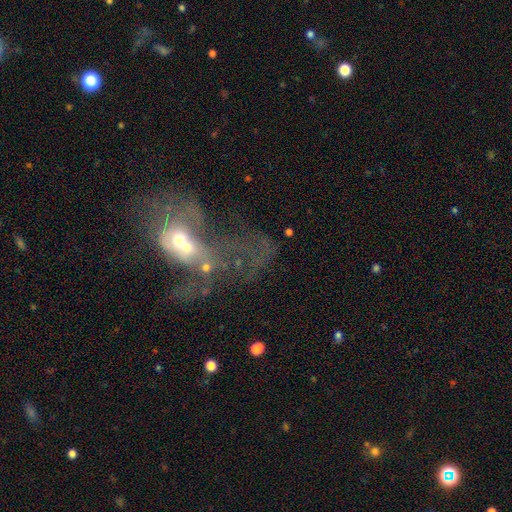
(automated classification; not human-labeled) Smooth or featured? featured or disk (52%)
Edge-on disk? no (94%)
Merging? merger (56%)